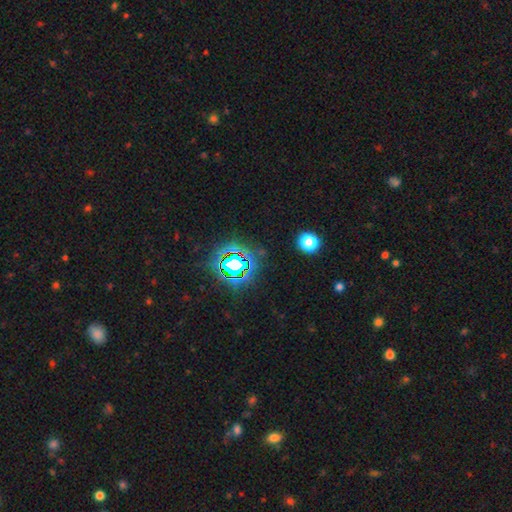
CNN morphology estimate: This appears to be a star or artifact, not a galaxy (79%).